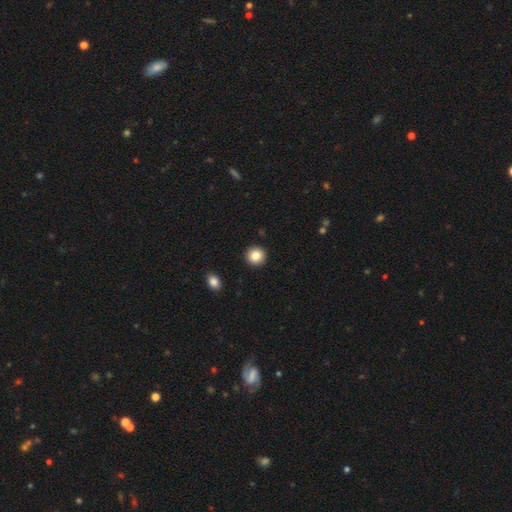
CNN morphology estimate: type=smooth (85%); roundness=round (93%); merging=none (93%).